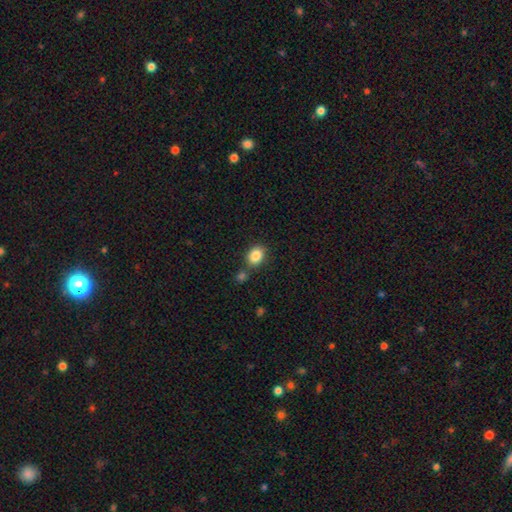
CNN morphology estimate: A smooth galaxy with no disk features (86%) that is in between round and cigar-shaped (67%). Merging: none (73%).